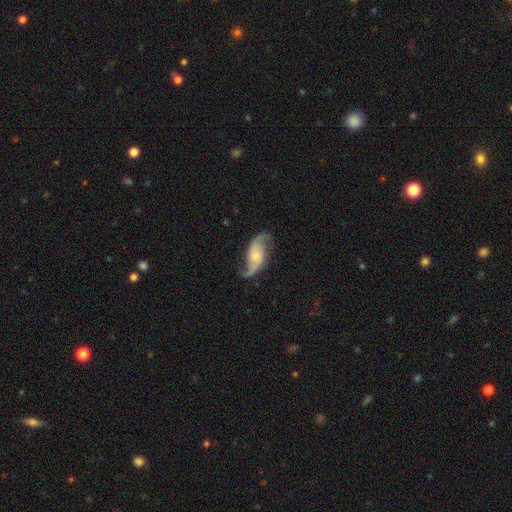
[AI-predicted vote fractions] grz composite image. It shows a featured or disk galaxy (86%) with no bar (61%), 2 (93%) loose (72%) spiral arms (96%) and a small central bulge (52%). Merging: none (74%).